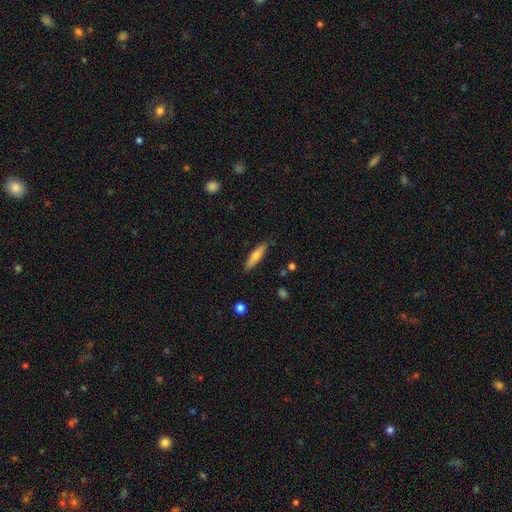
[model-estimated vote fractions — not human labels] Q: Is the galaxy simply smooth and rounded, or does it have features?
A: smooth — 66%.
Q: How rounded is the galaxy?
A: cigar-shaped — 74%.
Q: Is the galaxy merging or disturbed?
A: none — 85%.